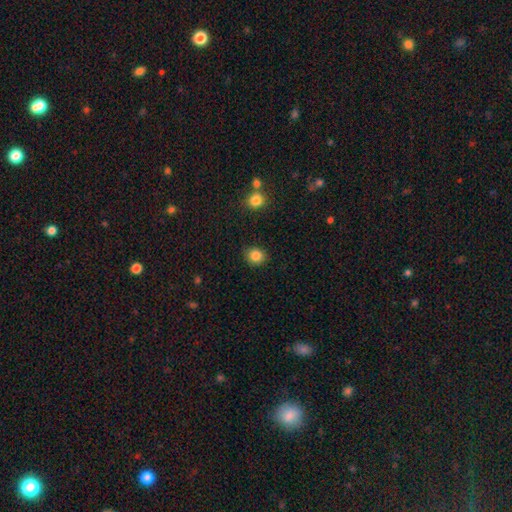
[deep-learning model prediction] Smooth or featured? Predicted: smooth (p=0.85). How rounded? Predicted: round (p=0.81). Merging? Predicted: none (p=0.89).